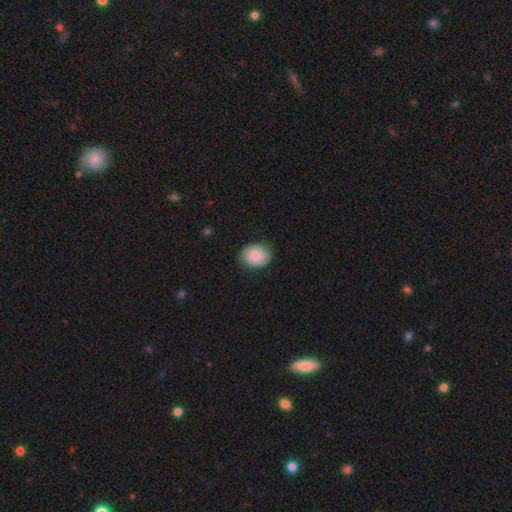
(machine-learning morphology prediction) type=smooth (81%); roundness=in between (54%); merging=none (81%).